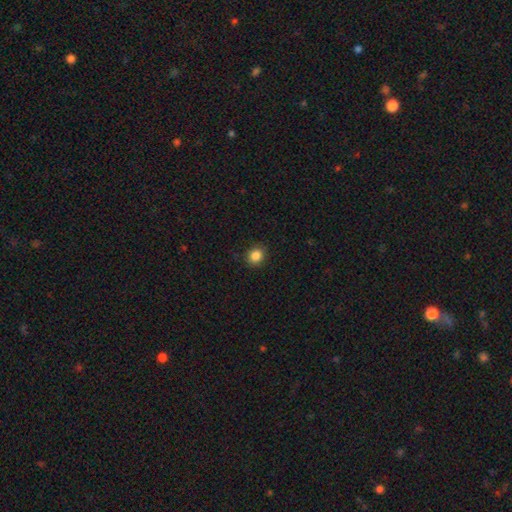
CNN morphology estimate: smooth-or-featured: smooth: 86% | star or artifact: 10% | featured or disk: 4%
  how-rounded: round: 81% | in between: 19% | cigar-shaped: 1%
  merging: none: 90% | minor disturbance: 7% | major disturbance: 2% | merger: 1%